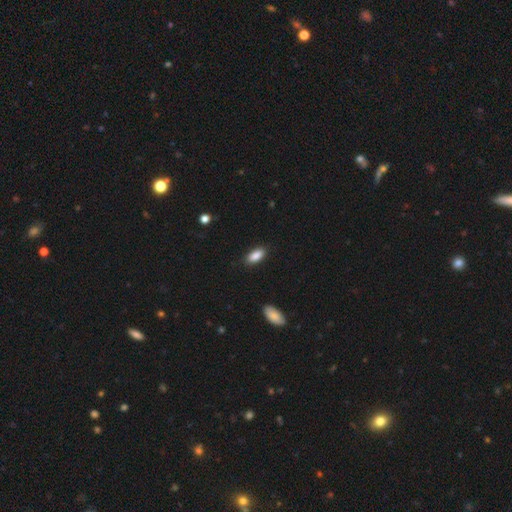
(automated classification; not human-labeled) Smooth or featured: smooth — 88% (star or artifact — 7%)
How rounded: in between — 86% (cigar-shaped — 12%)
Merging: none — 87% (minor disturbance — 10%)